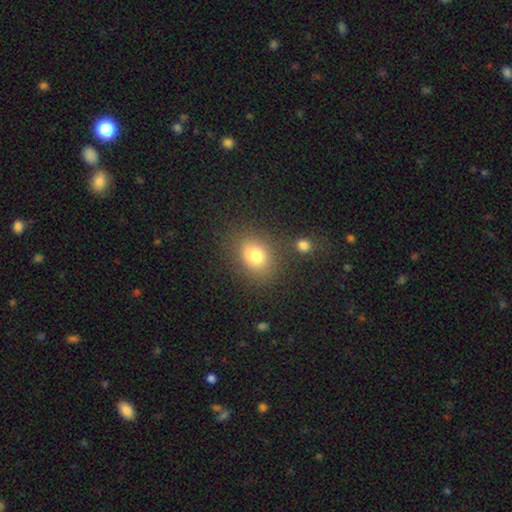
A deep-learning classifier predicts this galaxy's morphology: smooth 77%, star or artifact 12%, featured or disk 11%. Down the decision tree: how rounded — in between (59%); merging — none (73%).